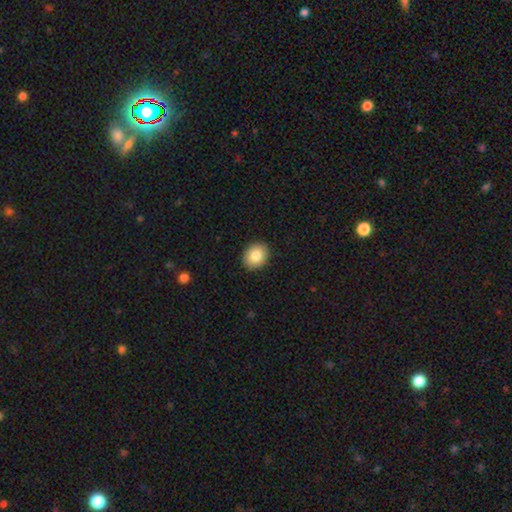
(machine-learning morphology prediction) Smooth or featured?
  - smooth: 85% *
  - star or artifact: 7%
  - featured or disk: 7%
How rounded?
  - in between: 55% *
  - round: 44%
  - cigar-shaped: 1%
Merging?
  - none: 90% *
  - minor disturbance: 7%
  - major disturbance: 2%
  - merger: 1%